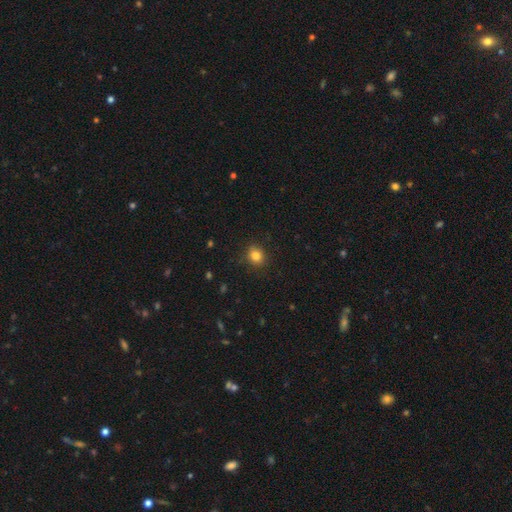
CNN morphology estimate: smooth-or-featured: smooth: 84% | star or artifact: 11% | featured or disk: 5%
  how-rounded: round: 73% | in between: 27% | cigar-shaped: 1%
  merging: none: 85% | minor disturbance: 11% | major disturbance: 3% | merger: 1%